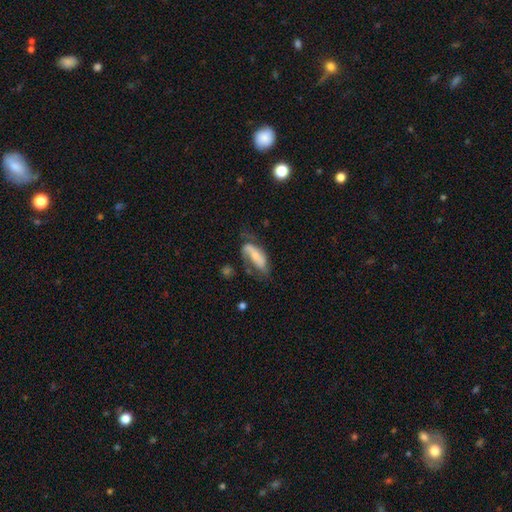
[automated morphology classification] smooth_or_featured: featured or disk (p=0.54) [alt: smooth p=0.40]
disk_edge_on: no (p=0.87) [alt: yes p=0.13]
merging: none (p=0.39) [alt: minor disturbance p=0.29]